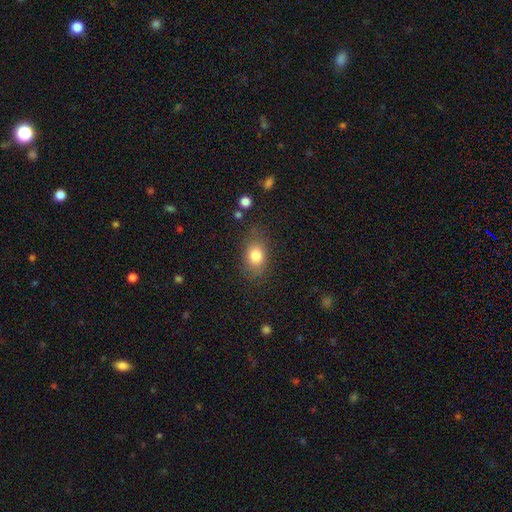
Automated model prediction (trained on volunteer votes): smooth_or_featured: smooth (p=0.81) [alt: featured or disk p=0.10]
how_rounded: in between (p=0.70) [alt: round p=0.28]
merging: none (p=0.75) [alt: minor disturbance p=0.17]